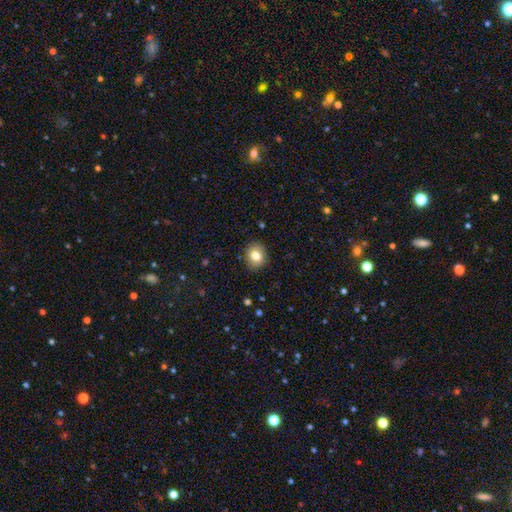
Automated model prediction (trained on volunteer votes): smooth-or-featured: smooth: 80% | featured or disk: 10% | star or artifact: 10%
  how-rounded: round: 59% | in between: 41% | cigar-shaped: 1%
  merging: none: 88% | minor disturbance: 9% | major disturbance: 2% | merger: 1%